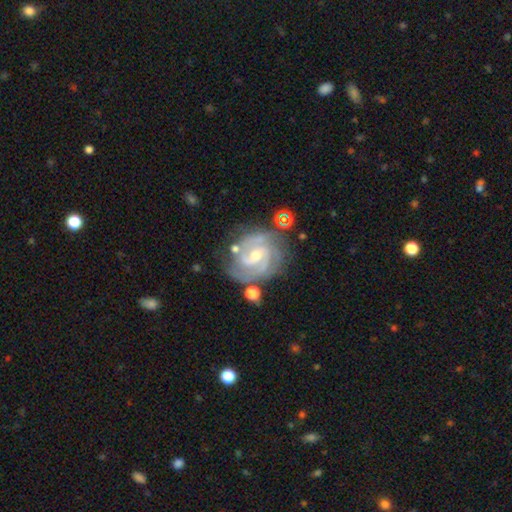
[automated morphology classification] type=featured or disk (90%); edge-on=no (98%); bar=weak (50%); spiral arms=yes (98%); winding=tight (58%); arm count=2 (48%); bulge=small (52%); merging=none (72%).